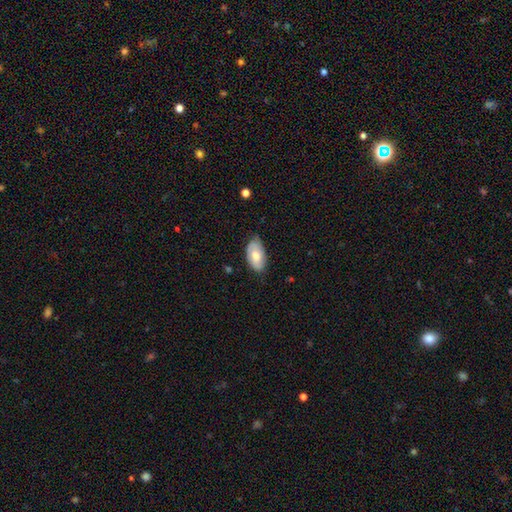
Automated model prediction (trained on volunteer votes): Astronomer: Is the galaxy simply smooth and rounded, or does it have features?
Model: smooth — 72%.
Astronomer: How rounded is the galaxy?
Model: in between — 95%.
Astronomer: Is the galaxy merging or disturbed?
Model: none — 65%.